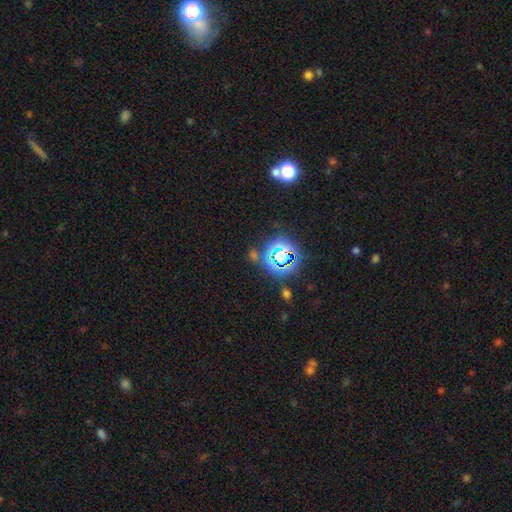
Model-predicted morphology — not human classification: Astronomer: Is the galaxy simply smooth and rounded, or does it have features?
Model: star or artifact — 73%.